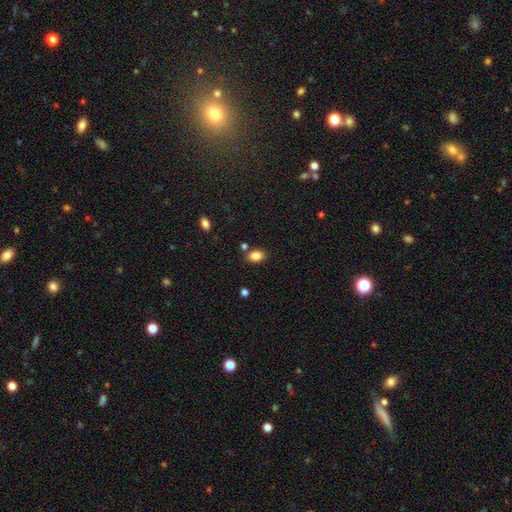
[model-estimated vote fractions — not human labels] Smooth or featured? Predicted: smooth (p=0.85). How rounded? Predicted: in between (p=0.80). Merging? Predicted: none (p=0.78).